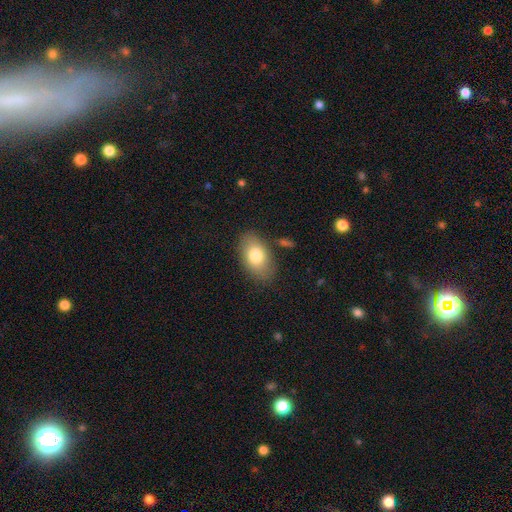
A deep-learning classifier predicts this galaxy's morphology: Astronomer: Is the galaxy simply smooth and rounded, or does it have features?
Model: smooth — 79%.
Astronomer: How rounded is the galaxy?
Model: in between — 91%.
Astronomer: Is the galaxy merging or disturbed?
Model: none — 81%.